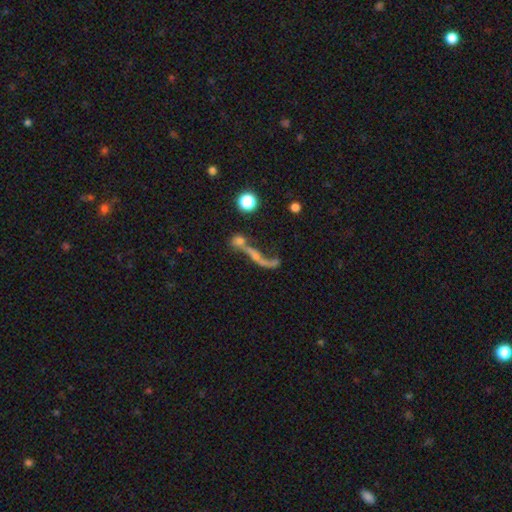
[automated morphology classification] A featured or disk galaxy (37%). Merging: none (38%).